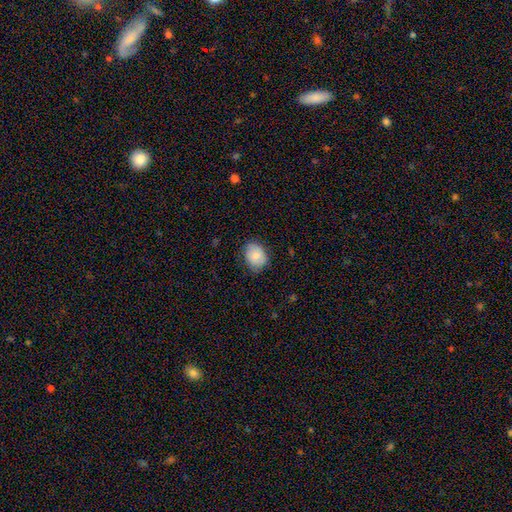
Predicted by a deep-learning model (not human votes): The model was most divided on "how rounded": in between: 62%, round: 37%, cigar-shaped: 1%. More confident: smooth or featured — smooth (80%); merging — none (77%).